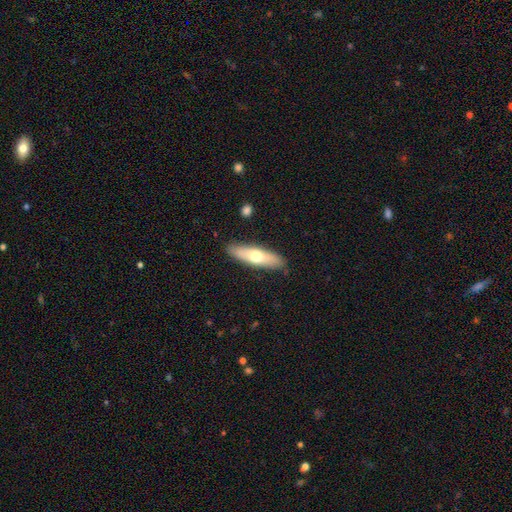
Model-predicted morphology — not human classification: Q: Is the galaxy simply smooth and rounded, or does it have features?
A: smooth — 59%.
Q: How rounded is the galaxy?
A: cigar-shaped — 61%.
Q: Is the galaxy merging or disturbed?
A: none — 87%.